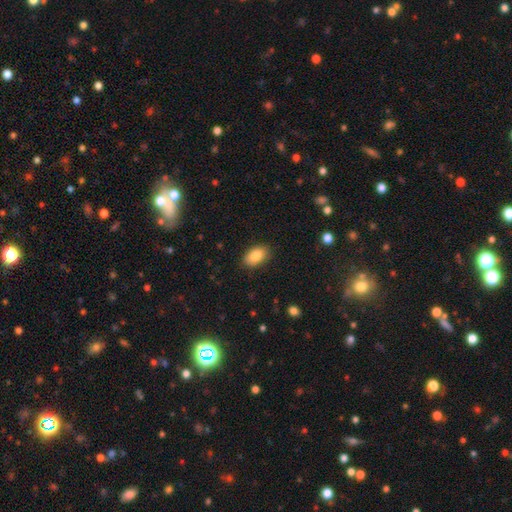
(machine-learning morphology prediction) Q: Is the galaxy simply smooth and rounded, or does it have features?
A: smooth — 86%.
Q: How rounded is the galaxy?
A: in between — 93%.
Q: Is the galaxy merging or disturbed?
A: none — 87%.